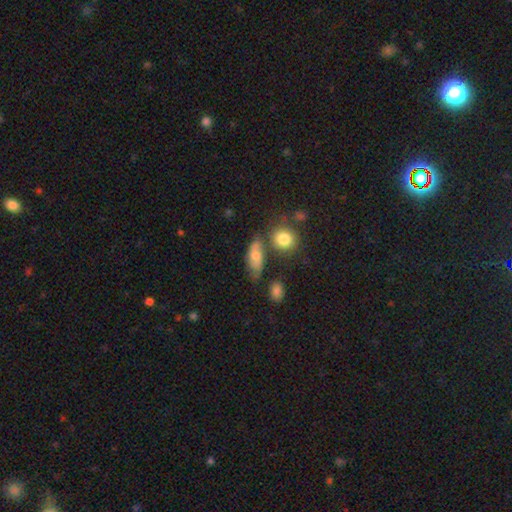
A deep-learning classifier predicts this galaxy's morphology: Q: Smooth or featured?
A: smooth (66%); runner-up: featured or disk (24%)
Q: How rounded?
A: in between (70%); runner-up: cigar-shaped (16%)
Q: Merging?
A: none (55%); runner-up: minor disturbance (22%)